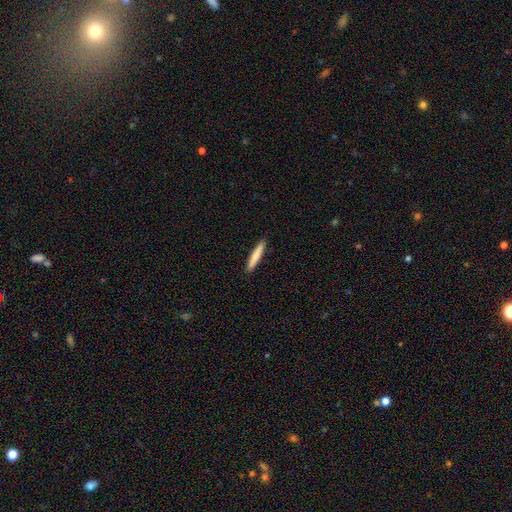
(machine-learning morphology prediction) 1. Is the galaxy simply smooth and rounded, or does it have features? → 77% smooth, 18% featured or disk, 5% star or artifact.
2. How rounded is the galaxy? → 94% cigar-shaped, 5% in between, 1% round.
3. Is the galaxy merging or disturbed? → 92% none, 6% minor disturbance, 1% major disturbance, 1% merger.